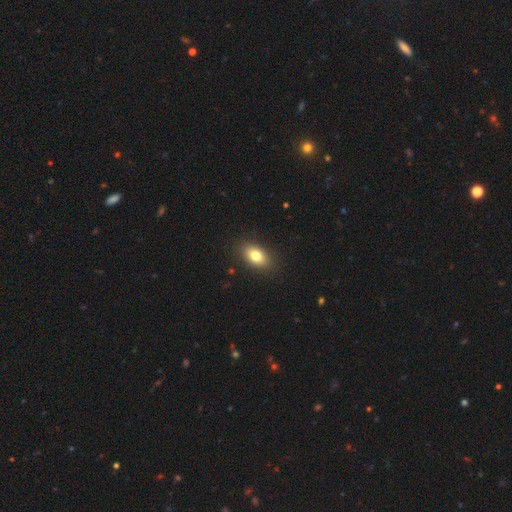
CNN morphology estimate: The model was most divided on "smooth or featured": smooth: 80%, featured or disk: 11%, star or artifact: 9%. More confident: merging — none (88%); how rounded — in between (87%).